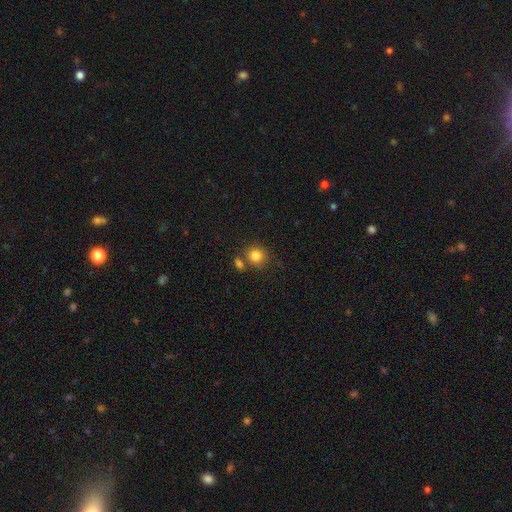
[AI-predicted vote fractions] This appears to be a smooth galaxy with no disk features (82%) that is round (84%). Merging: none (67%).